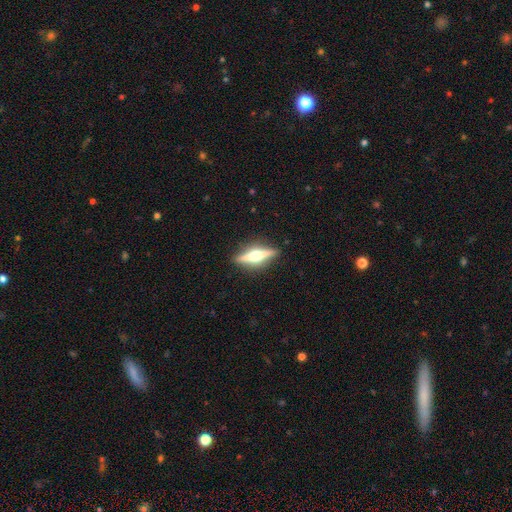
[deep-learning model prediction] Overall: featured or disk (77%). Edge-on disk: yes (97%). Edge-on bulge: rounded (95%). Merging: none (90%).